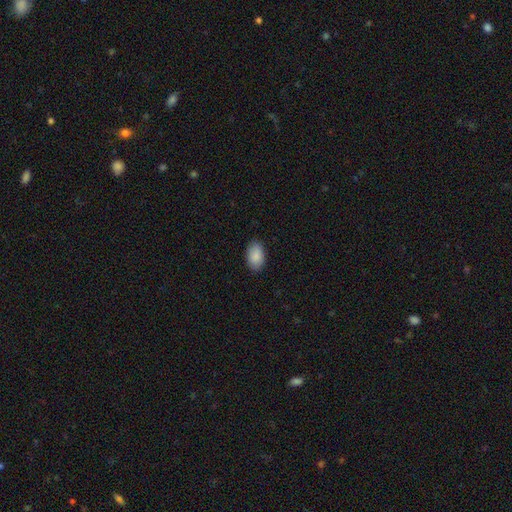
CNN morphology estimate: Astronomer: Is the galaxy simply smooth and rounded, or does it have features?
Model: smooth — 89%.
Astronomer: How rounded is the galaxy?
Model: in between — 93%.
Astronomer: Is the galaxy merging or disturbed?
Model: none — 87%.